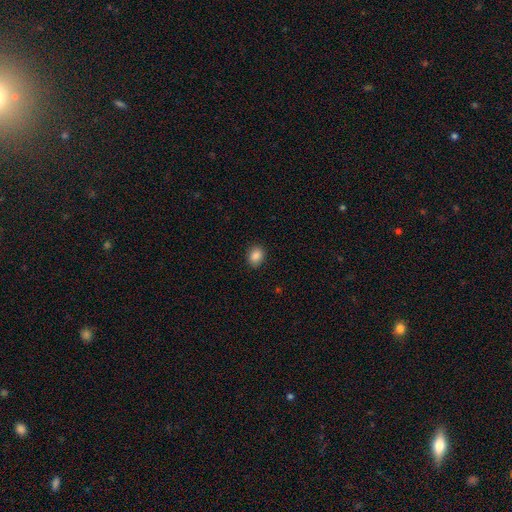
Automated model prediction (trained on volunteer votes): smooth 87%, star or artifact 10%, featured or disk 4%. Down the decision tree: how rounded — round (50%); merging — none (89%).